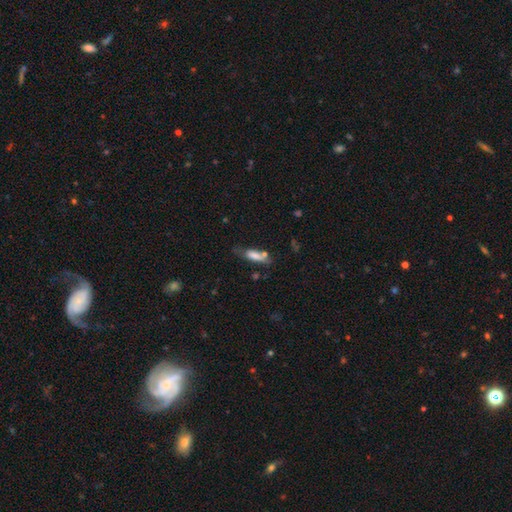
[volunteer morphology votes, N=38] Smooth or featured: smooth — 71% (featured or disk — 24%)
How rounded: cigar-shaped — 59% (in between — 41%)
Merging: none — 44% (major disturbance — 28%)